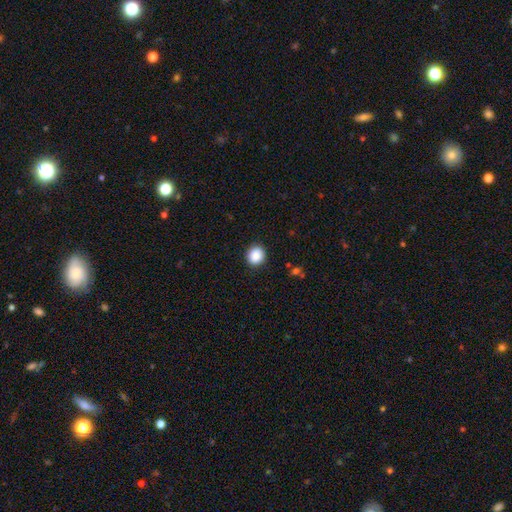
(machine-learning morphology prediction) The model was most divided on "how rounded": round: 85%, in between: 14%, cigar-shaped: 1%. More confident: merging — none (91%); smooth or featured — smooth (89%).